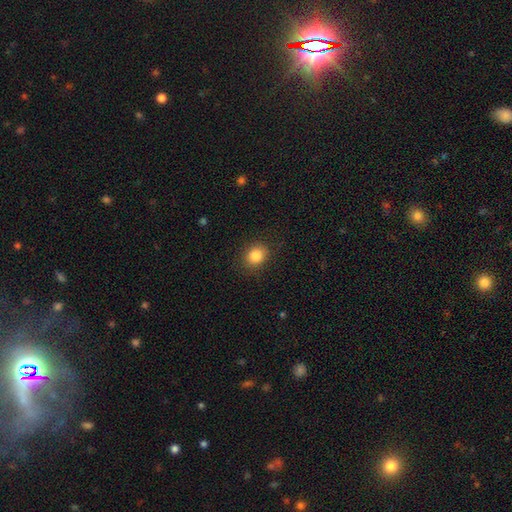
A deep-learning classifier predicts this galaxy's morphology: The model was most divided on "how rounded": round: 71%, in between: 29%, cigar-shaped: 1%. More confident: merging — none (87%); smooth or featured — smooth (85%).